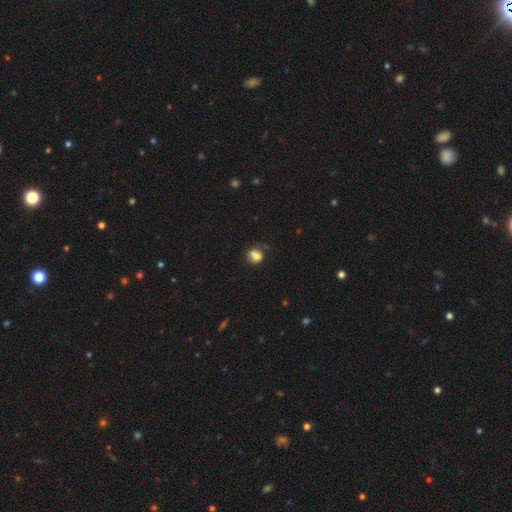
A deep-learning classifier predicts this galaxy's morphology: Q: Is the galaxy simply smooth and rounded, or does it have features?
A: smooth — 73%.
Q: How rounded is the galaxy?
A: in between — 53%.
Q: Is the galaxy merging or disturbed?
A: none — 43%.